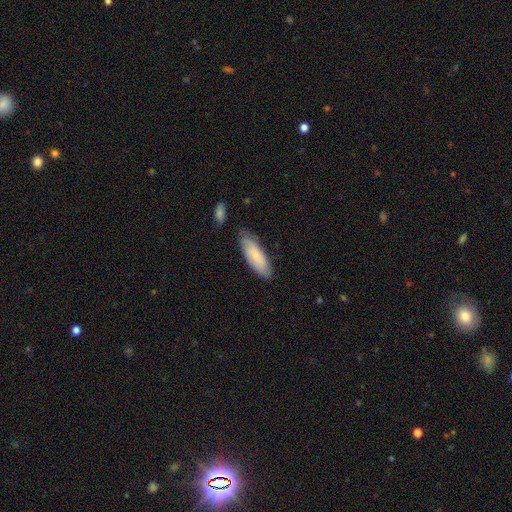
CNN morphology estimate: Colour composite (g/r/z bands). It shows a smooth galaxy with no disk features (72%) that is in between round and cigar-shaped (62%). Merging: none (75%).